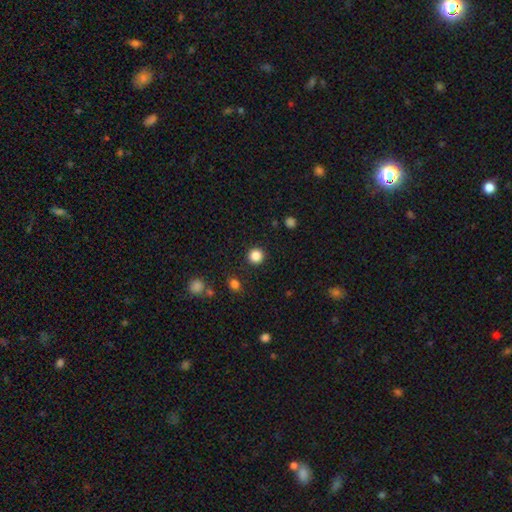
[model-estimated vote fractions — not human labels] Q: Smooth or featured?
A: smooth (85%); runner-up: star or artifact (12%)
Q: How rounded?
A: round (95%); runner-up: in between (4%)
Q: Merging?
A: none (92%); runner-up: minor disturbance (5%)